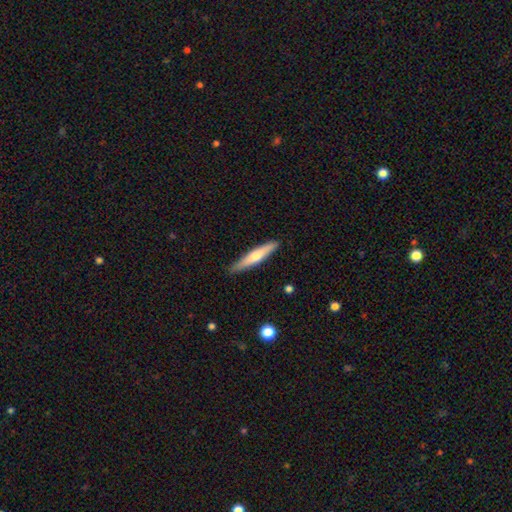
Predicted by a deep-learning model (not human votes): Smooth or featured: smooth — 53% (featured or disk — 42%)
How rounded: cigar-shaped — 90% (in between — 9%)
Merging: none — 88% (minor disturbance — 9%)